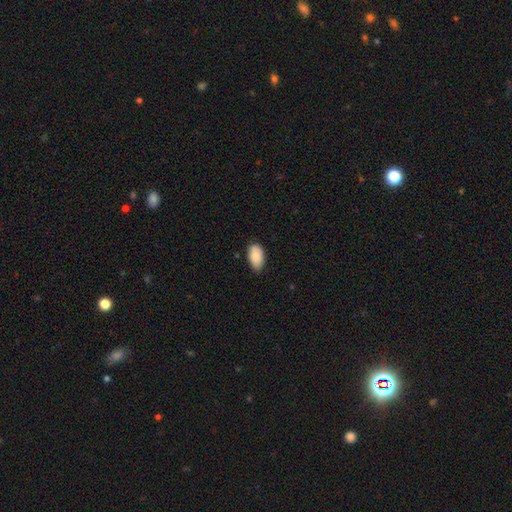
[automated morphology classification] A smooth galaxy with no disk features (87%) that is in between round and cigar-shaped (94%).

Vote fractions:
- Smooth or featured? smooth: 87% / featured or disk: 7% / star or artifact: 6%
- How rounded? in between: 94% / round: 4% / cigar-shaped: 2%
- Merging? none: 72% / minor disturbance: 24% / major disturbance: 3% / merger: 1%